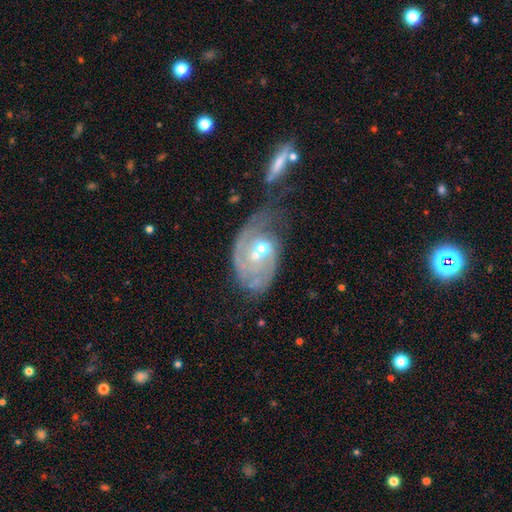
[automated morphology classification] Smooth or featured? featured or disk (78%)
Edge-on disk? no (96%)
Bar? no (67%)
Spiral arms? yes (85%)
Spiral winding? tight (51%)
Spiral arm count? can't tell (36%)
Bulge size? moderate (56%)
Merging? merger (35%)